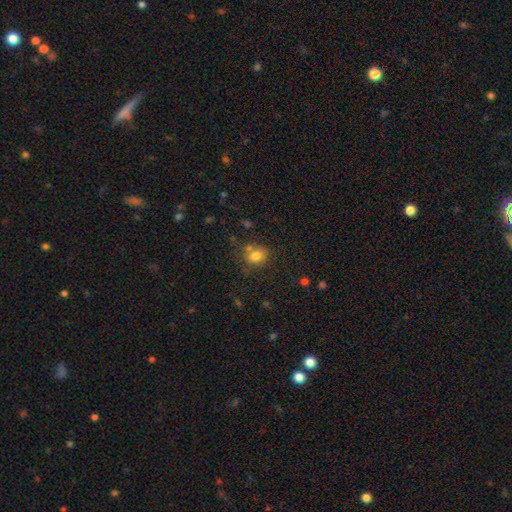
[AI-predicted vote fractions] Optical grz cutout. It shows a smooth galaxy with no disk features (79%) that is round (54%). Merging: none (64%).